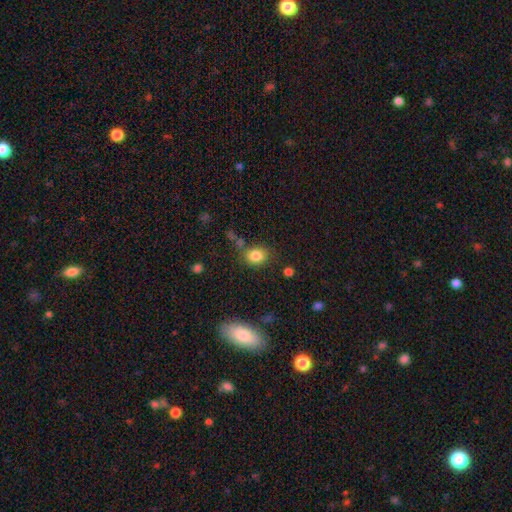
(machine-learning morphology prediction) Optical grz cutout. It shows a smooth galaxy with no disk features (83%) that is round (55%). Merging: none (73%).